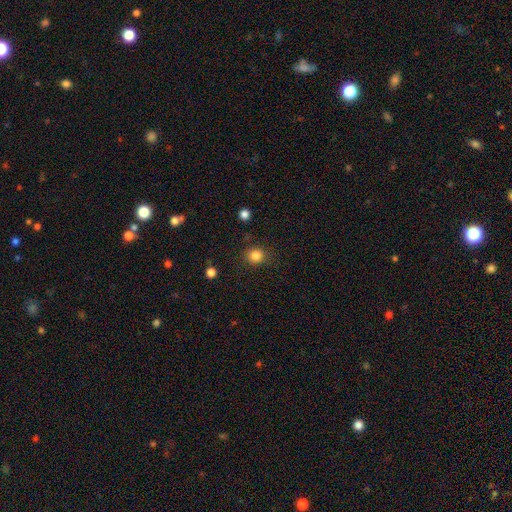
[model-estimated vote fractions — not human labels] This is clearly a smooth galaxy (84%). How rounded: clearly round (83%). Merging: clearly none (84%).